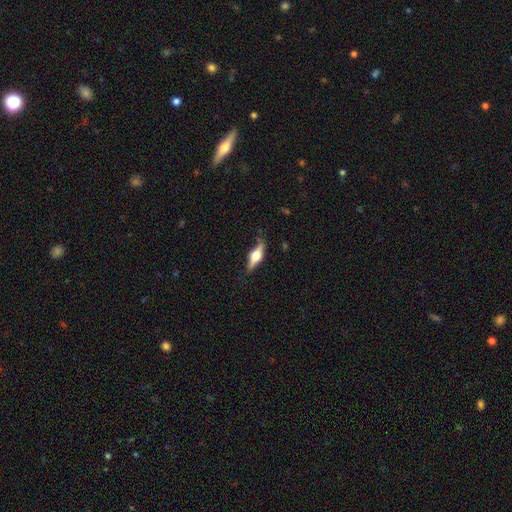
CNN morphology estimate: The model was most divided on "smooth or featured": featured or disk: 61%, smooth: 32%, star or artifact: 6%. More confident: edge-on bulge — rounded (94%); edge-on disk — yes (94%); merging — none (76%).